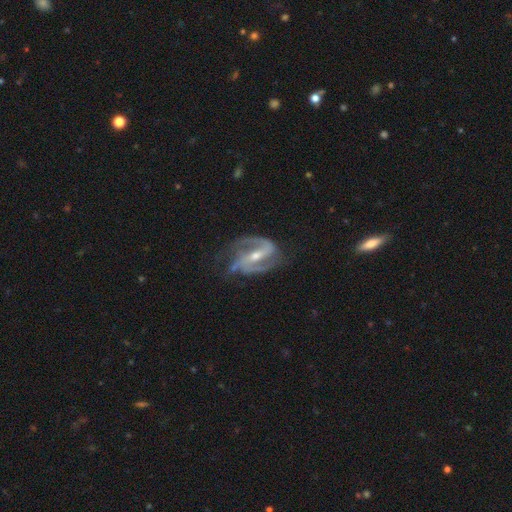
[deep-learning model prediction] Smooth or featured? featured or disk (92%)
Edge-on disk? no (97%)
Bar? strong (57%)
Spiral arms? yes (98%)
Spiral winding? medium (54%)
Spiral arm count? 2 (83%)
Bulge size? small (48%, tied with moderate)
Merging? none (66%)